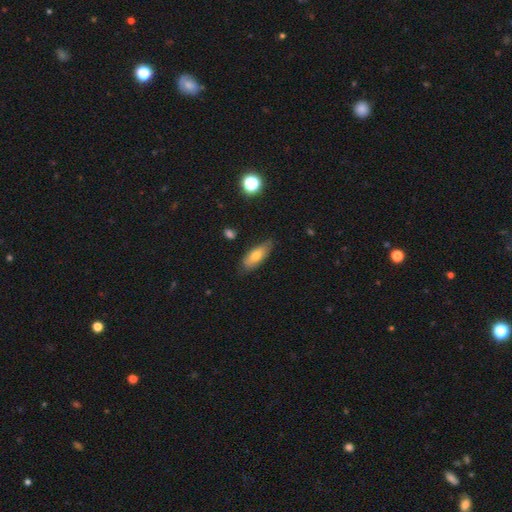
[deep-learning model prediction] This is likely a smooth galaxy (69%). How rounded: likely in between (74%). Merging: likely none (76%).